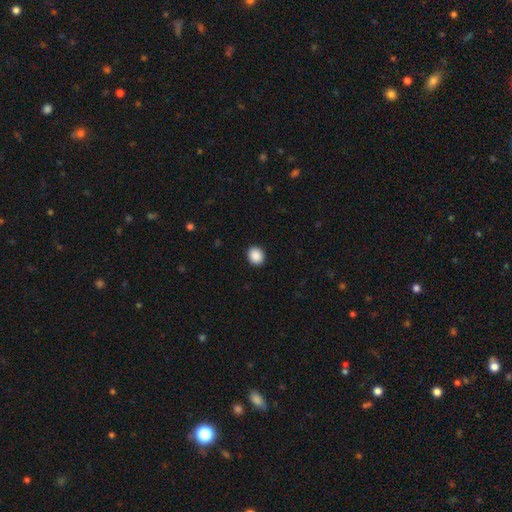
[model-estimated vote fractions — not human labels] A smooth galaxy with no disk features (89%) that is round (72%). Merging: none (92%).